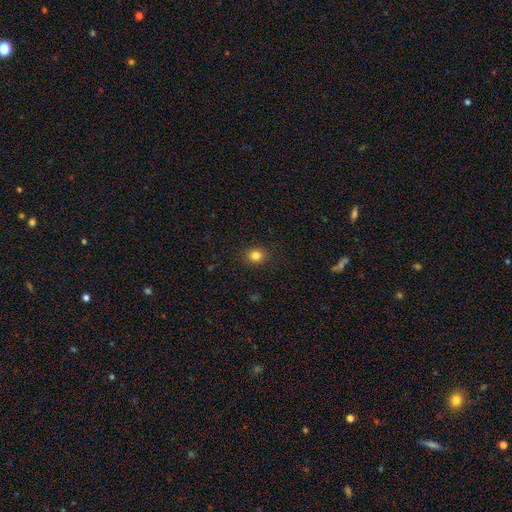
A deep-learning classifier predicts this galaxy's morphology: The model was most divided on "how rounded": round: 77%, in between: 22%, cigar-shaped: 1%. More confident: merging — none (90%); smooth or featured — smooth (82%).